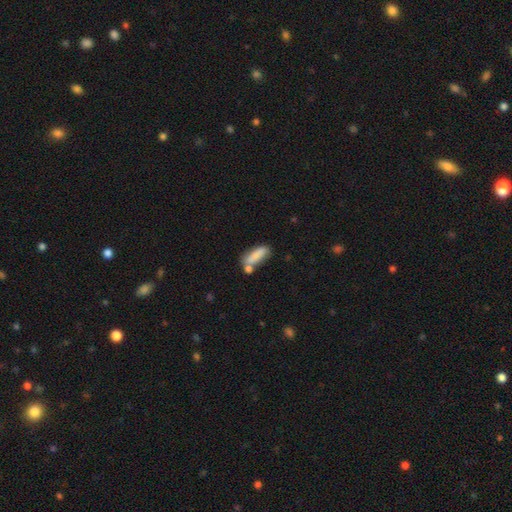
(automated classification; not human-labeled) smooth 78%, featured or disk 14%, star or artifact 8%. Down the decision tree: how rounded — in between (57%); merging — none (49%).